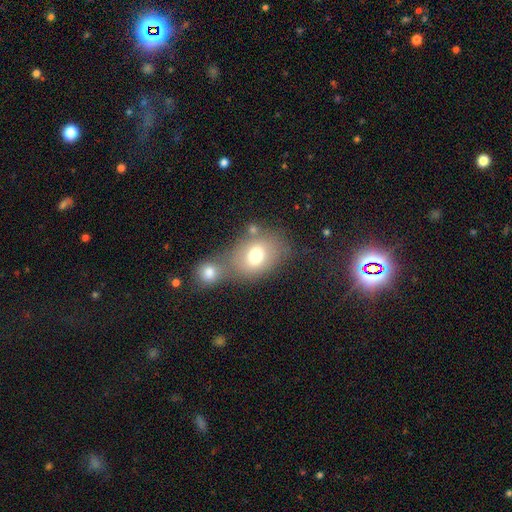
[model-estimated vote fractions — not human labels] A smooth galaxy with no disk features (72%) that is in between round and cigar-shaped (61%). Merging: merger (47%).